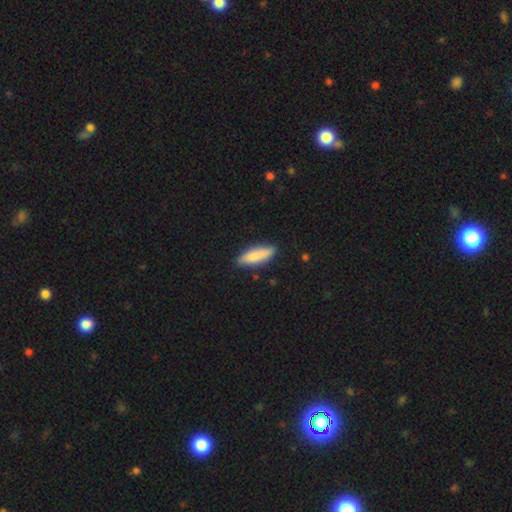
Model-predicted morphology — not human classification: smooth_or_featured: smooth (p=0.83) [alt: featured or disk p=0.12]
how_rounded: cigar-shaped (p=0.51) [alt: in between p=0.48]
merging: none (p=0.84) [alt: minor disturbance p=0.12]